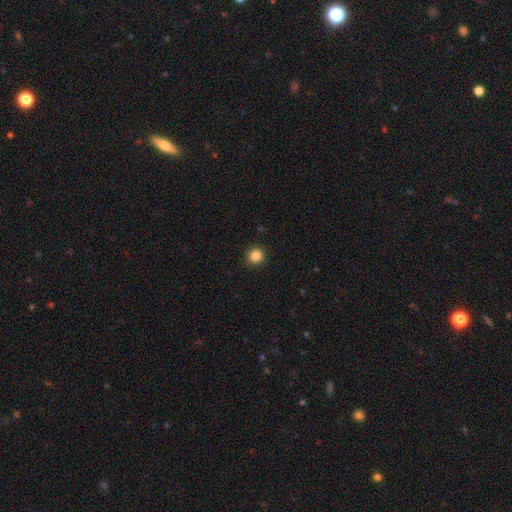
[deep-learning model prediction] Smooth or featured? Predicted: smooth (p=0.85). How rounded? Predicted: round (p=0.91). Merging? Predicted: none (p=0.91).